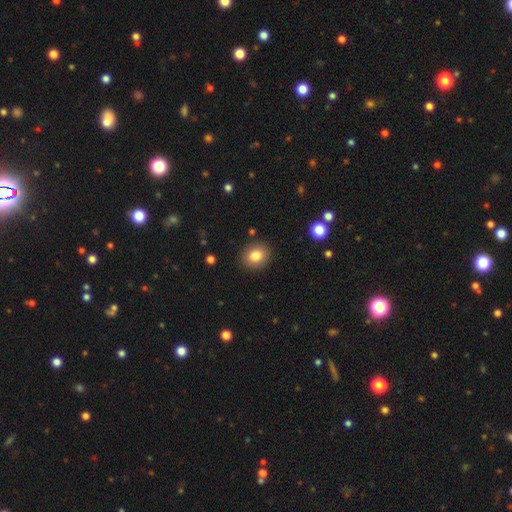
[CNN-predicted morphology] Smooth or featured: smooth — 82% (star or artifact — 10%)
How rounded: round — 73% (in between — 26%)
Merging: none — 89% (minor disturbance — 7%)